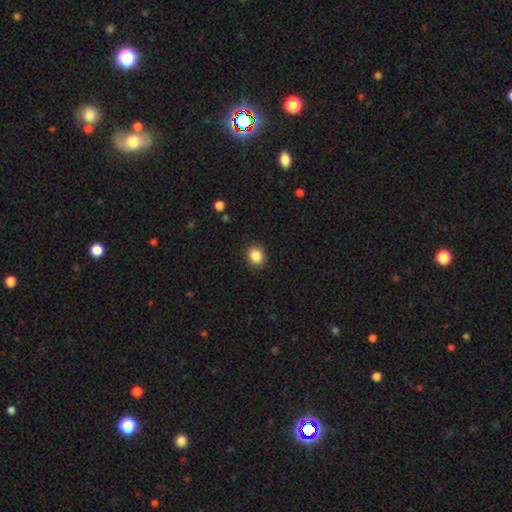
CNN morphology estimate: A smooth galaxy with no disk features (86%) that is round (68%). Merging: none (89%).